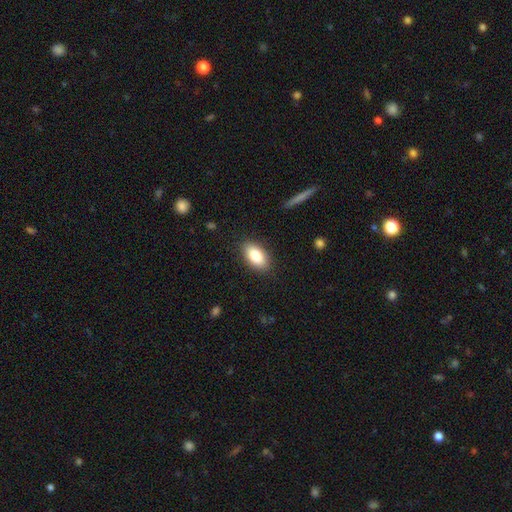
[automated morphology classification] Smooth or featured? smooth (84%)
How rounded? in between (92%)
Merging? none (87%)